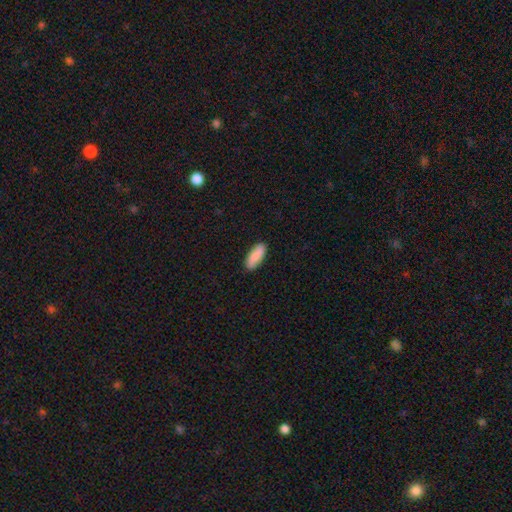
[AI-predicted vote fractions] A smooth galaxy with no disk features (85%) that is in between round and cigar-shaped (74%).

Vote fractions:
- Smooth or featured? smooth: 85% / featured or disk: 10% / star or artifact: 5%
- How rounded? in between: 74% / cigar-shaped: 24% / round: 2%
- Merging? none: 88% / minor disturbance: 9% / major disturbance: 2% / merger: 1%